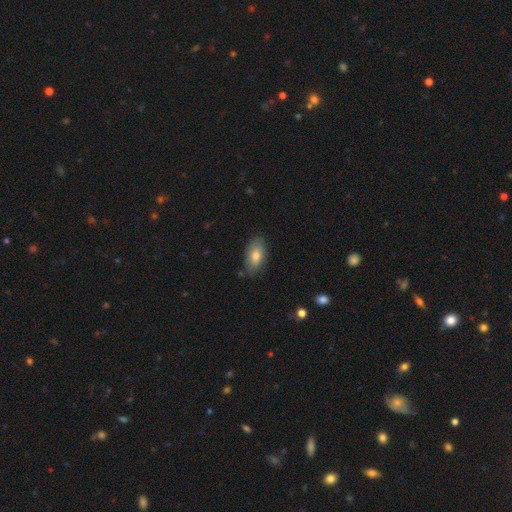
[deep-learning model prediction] Smooth or featured: smooth — 78% (featured or disk — 14%)
How rounded: in between — 92% (round — 5%)
Merging: none — 81% (minor disturbance — 15%)